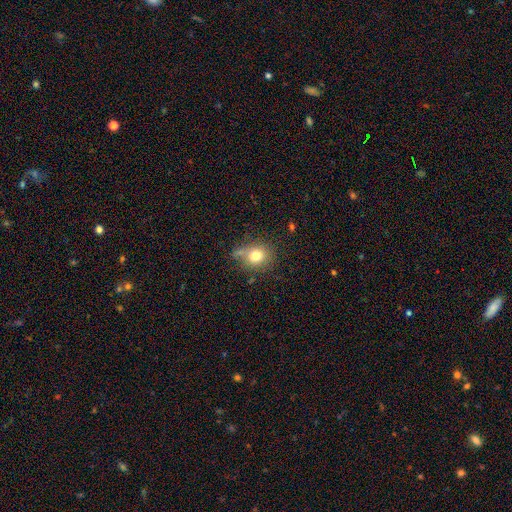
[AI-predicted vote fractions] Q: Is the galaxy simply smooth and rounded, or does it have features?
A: smooth — 77%.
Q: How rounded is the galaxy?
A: round — 71%.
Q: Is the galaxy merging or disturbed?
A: none — 61%.